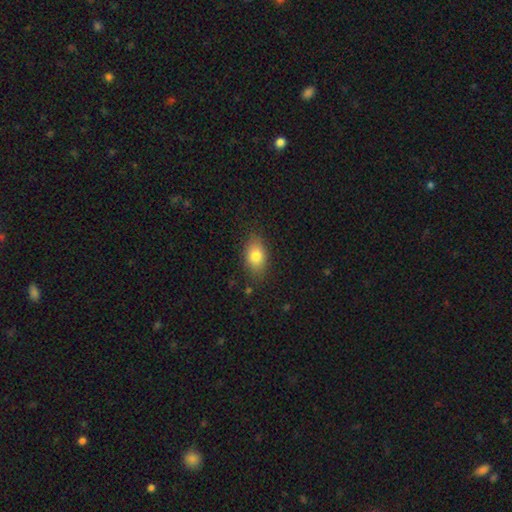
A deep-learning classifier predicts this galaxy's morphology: type=smooth (80%); roundness=in between (85%); merging=none (82%).